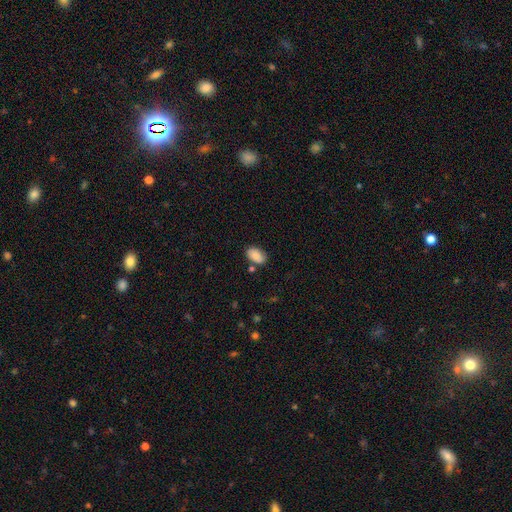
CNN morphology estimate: type=smooth (85%); roundness=in between (92%); merging=none (73%).